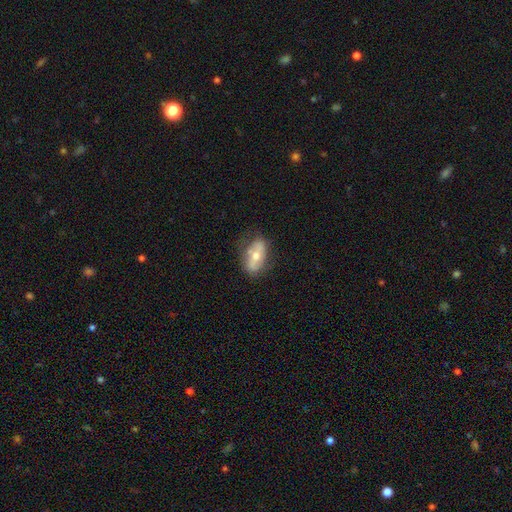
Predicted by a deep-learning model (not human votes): Smooth or featured: featured or disk — 48% (smooth — 45%)
Merging: none — 71% (minor disturbance — 21%)